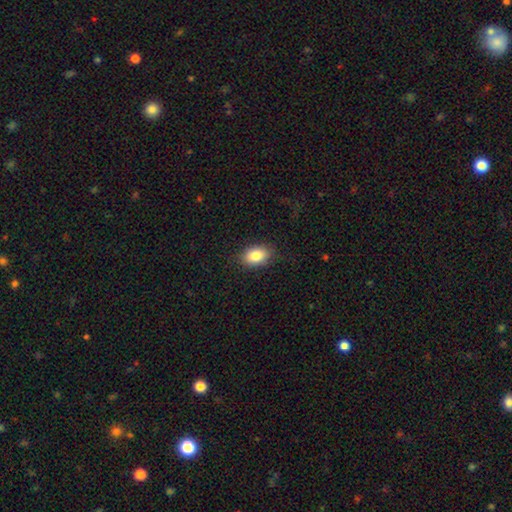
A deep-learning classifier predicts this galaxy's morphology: The model was most divided on "how rounded": in between: 85%, round: 14%, cigar-shaped: 2%. More confident: merging — none (84%); smooth or featured — smooth (83%).